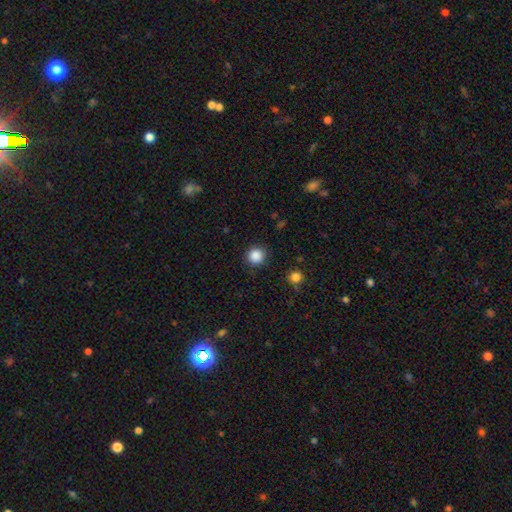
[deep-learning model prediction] A smooth galaxy with no disk features (87%) that is round (94%). Merging: none (89%).